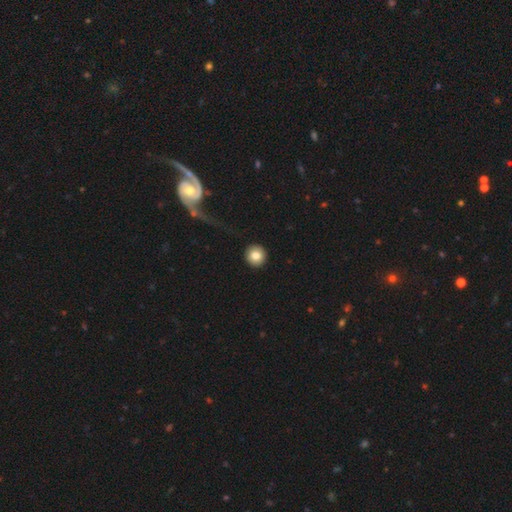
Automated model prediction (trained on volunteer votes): Q: Smooth or featured?
A: smooth (83%); runner-up: star or artifact (8%)
Q: How rounded?
A: round (95%); runner-up: in between (4%)
Q: Merging?
A: none (92%); runner-up: minor disturbance (4%)